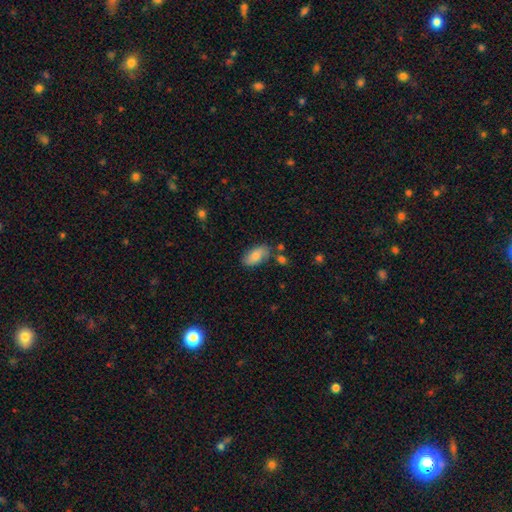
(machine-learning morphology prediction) A smooth galaxy with no disk features (84%) that is in between round and cigar-shaped (92%). Merging: none (75%).